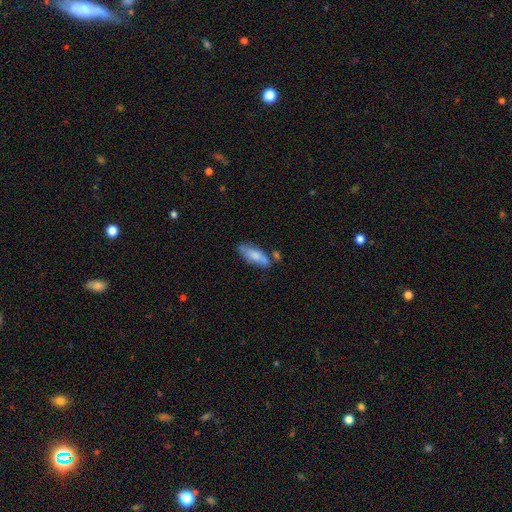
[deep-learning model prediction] Smooth or featured?
  - smooth: 74% *
  - featured or disk: 20%
  - star or artifact: 6%
How rounded?
  - in between: 60% *
  - cigar-shaped: 38%
  - round: 2%
Merging?
  - none: 63% *
  - minor disturbance: 20%
  - merger: 12%
  - major disturbance: 5%